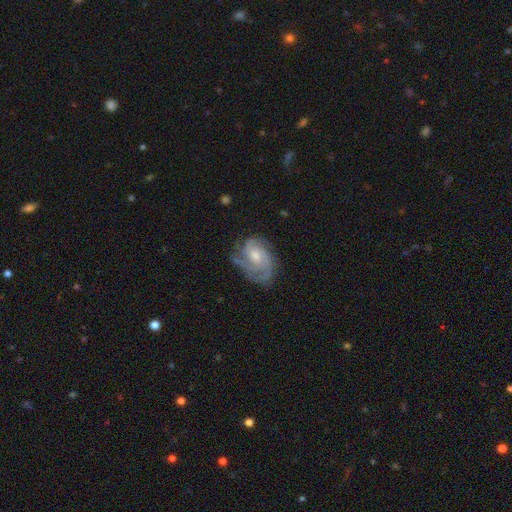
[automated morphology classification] A featured or disk galaxy (84%) with no bar (63%), 3 (38%) tight (52%) spiral arms (96%) and a moderate central bulge (54%).

Vote fractions:
- Smooth or featured? featured or disk: 84% / smooth: 10% / star or artifact: 6%
- Edge-on disk? no: 97% / yes: 3%
- Bar? no: 63% / weak: 32% / strong: 5%
- Spiral arms? yes: 96% / no: 4%
- Spiral winding? tight: 52% / medium: 39% / loose: 9%
- Spiral arm count? 3: 38% / 2: 25% / can't tell: 18% / 4: 9% / 1: 5% / more than 4: 4%
- Bulge size? moderate: 54% / small: 38% / large: 4% / none: 3% / dominant: 1%
- Merging? none: 67% / minor disturbance: 22% / major disturbance: 10% / merger: 2%